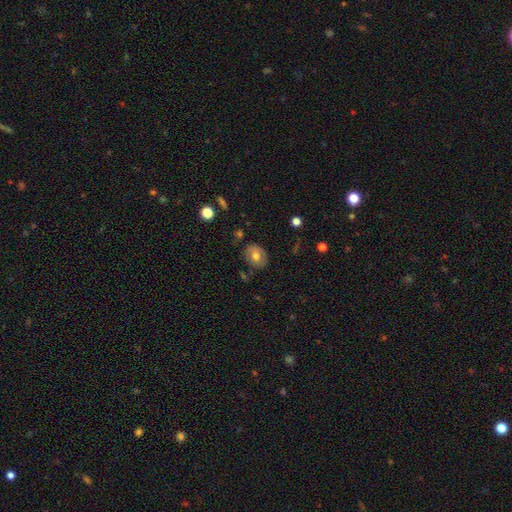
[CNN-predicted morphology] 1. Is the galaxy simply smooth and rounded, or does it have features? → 65% smooth, 27% featured or disk, 9% star or artifact.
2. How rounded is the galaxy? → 56% round, 43% in between, 1% cigar-shaped.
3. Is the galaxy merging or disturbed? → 79% none, 15% minor disturbance, 4% major disturbance, 3% merger.